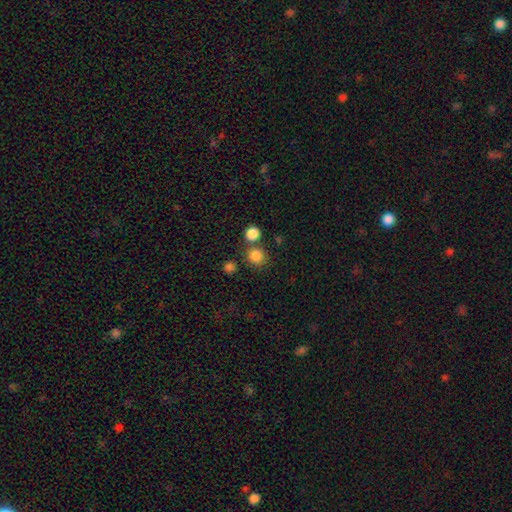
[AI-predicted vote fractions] Q: Smooth or featured?
A: smooth (83%); runner-up: star or artifact (12%)
Q: How rounded?
A: round (89%); runner-up: in between (10%)
Q: Merging?
A: none (72%); runner-up: merger (17%)